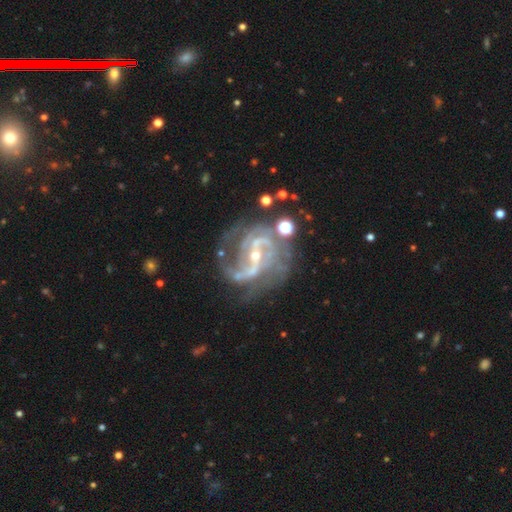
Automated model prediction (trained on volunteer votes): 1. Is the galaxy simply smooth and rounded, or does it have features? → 91% featured or disk, 6% star or artifact, 3% smooth.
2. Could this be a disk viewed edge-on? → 98% no, 2% yes.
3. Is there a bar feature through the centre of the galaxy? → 43% strong, 36% weak, 21% no.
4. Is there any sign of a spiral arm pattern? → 97% yes, 3% no.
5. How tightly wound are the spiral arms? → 54% medium, 24% tight, 22% loose.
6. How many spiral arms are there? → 63% 2, 14% 3, 10% can't tell, 5% 4, 4% 1, 4% more than 4.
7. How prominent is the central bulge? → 73% small, 24% moderate, 1% none, 1% large, 1% dominant.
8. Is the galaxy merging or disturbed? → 53% none, 22% minor disturbance, 19% major disturbance, 6% merger.